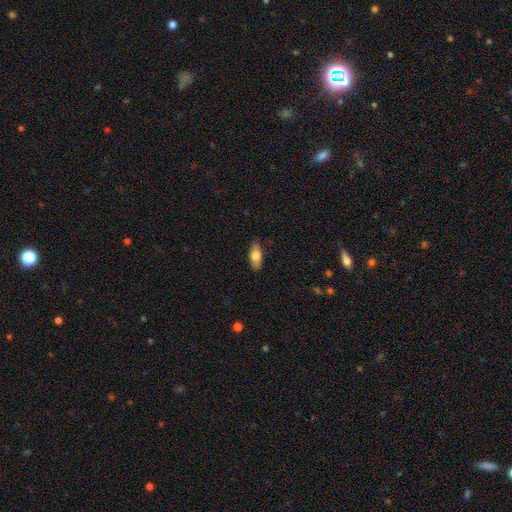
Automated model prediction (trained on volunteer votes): Smooth or featured? smooth (77%)
How rounded? in between (82%)
Merging? none (86%)